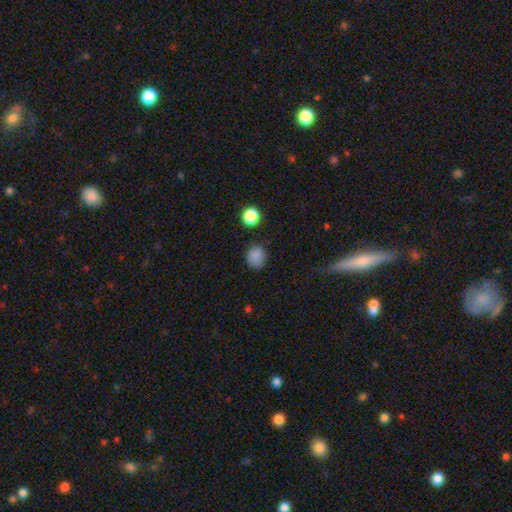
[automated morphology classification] smooth_or_featured: smooth (p=0.83) [alt: star or artifact p=0.13]
how_rounded: round (p=0.80) [alt: in between p=0.19]
merging: none (p=0.80) [alt: minor disturbance p=0.14]